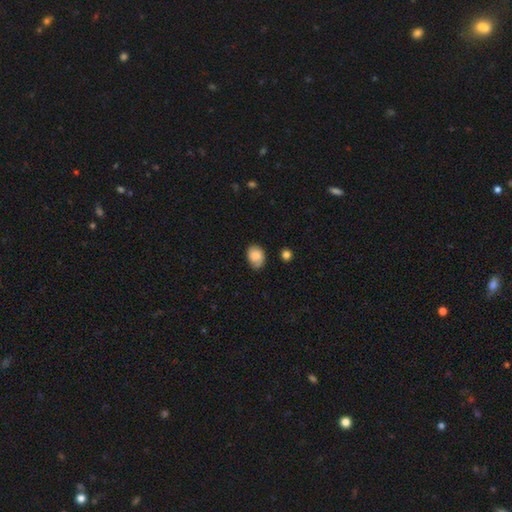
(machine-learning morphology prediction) type=smooth (81%); roundness=in between (64%); merging=none (62%).